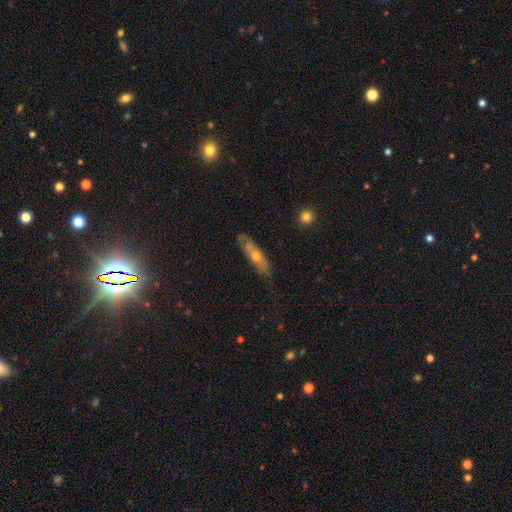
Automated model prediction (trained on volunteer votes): featured or disk 51%, smooth 42%, star or artifact 7%. Down the decision tree: edge-on disk — yes (53%); merging — none (71%).